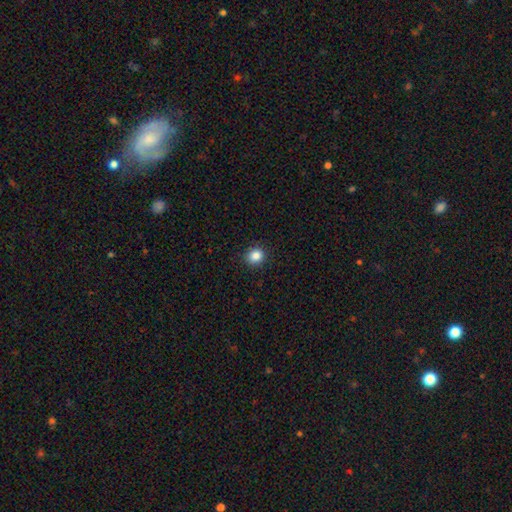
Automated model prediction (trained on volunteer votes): Morphology: type=smooth (86%); roundness=round (81%); merging=none (91%).